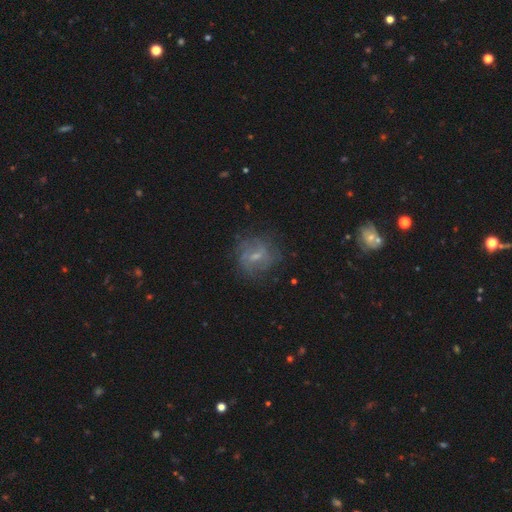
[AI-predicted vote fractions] A featured or disk galaxy (59%) with a weak bar (54%), spiral arms (69%) and a small central bulge (59%). Merging: none (71%).